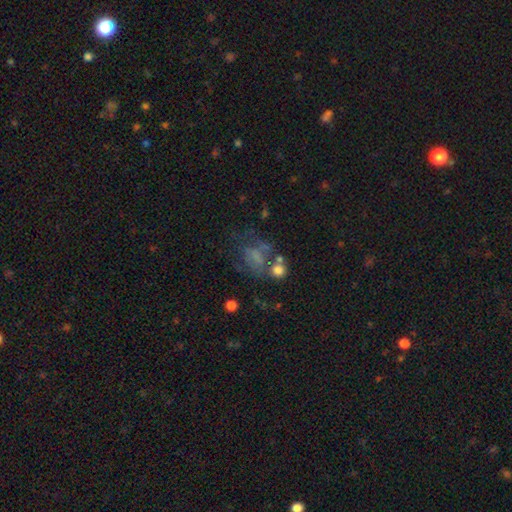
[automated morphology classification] Overall: smooth (44%; featured or disk 37%). Merging: none (35%; major disturbance 31%).